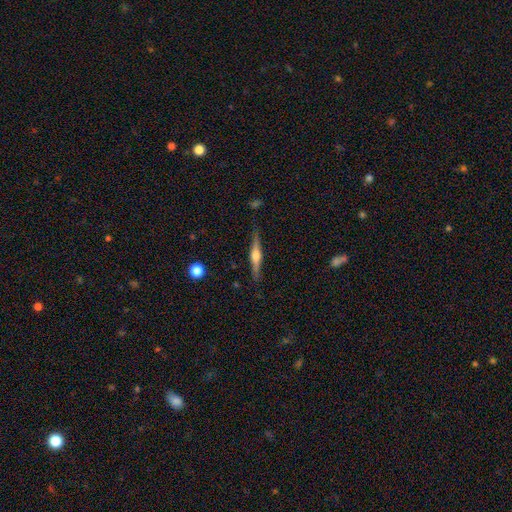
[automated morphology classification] Q: Smooth or featured?
A: featured or disk (70%); runner-up: smooth (25%)
Q: Edge-on disk?
A: yes (97%); runner-up: no (3%)
Q: Edge-on bulge?
A: rounded (89%); runner-up: boxy (7%)
Q: Merging?
A: none (86%); runner-up: minor disturbance (10%)